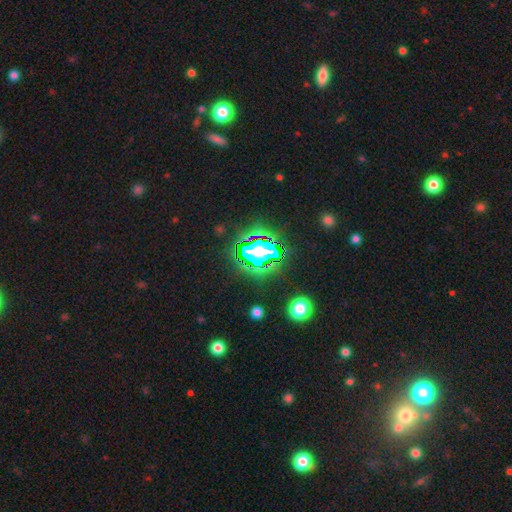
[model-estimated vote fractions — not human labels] Q: Smooth or featured?
A: star or artifact (79%); runner-up: smooth (13%)